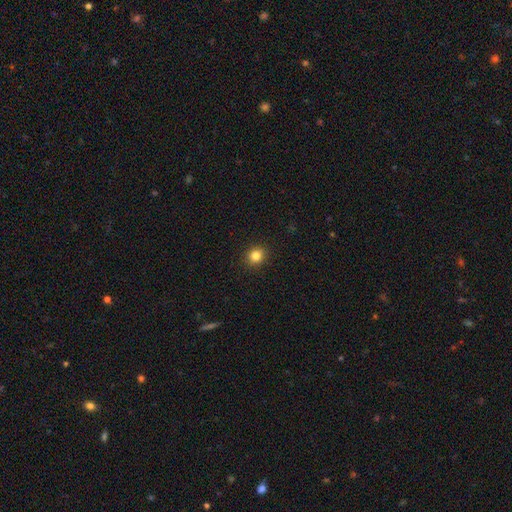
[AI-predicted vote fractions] Morphology: type=smooth (82%); roundness=round (82%); merging=none (92%).